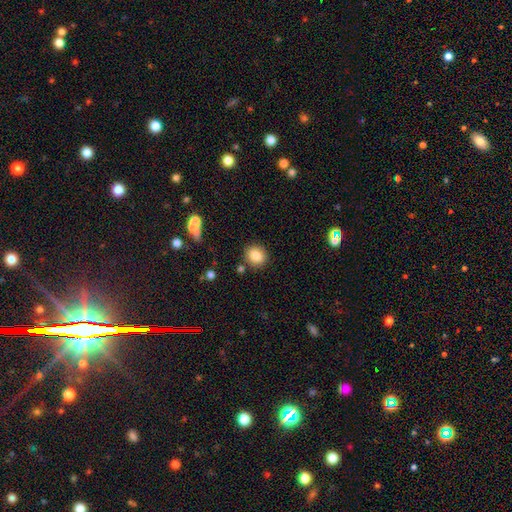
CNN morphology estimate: smooth 84%, star or artifact 10%, featured or disk 7%. Down the decision tree: how rounded — round (82%); merging — none (85%).